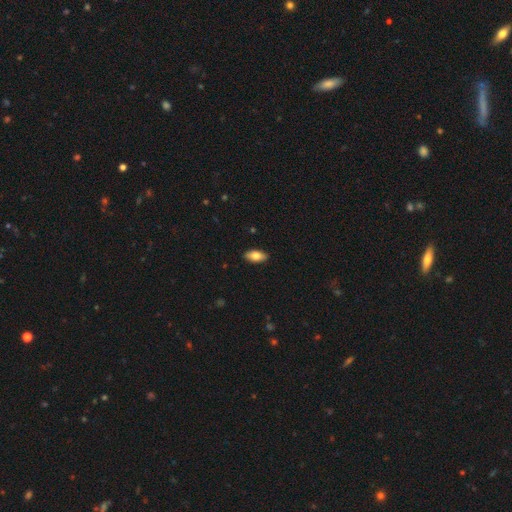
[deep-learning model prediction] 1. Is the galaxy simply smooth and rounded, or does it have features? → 80% smooth, 13% featured or disk, 7% star or artifact.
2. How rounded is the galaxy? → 91% in between, 6% cigar-shaped, 3% round.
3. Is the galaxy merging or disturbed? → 90% none, 7% minor disturbance, 2% major disturbance, 1% merger.